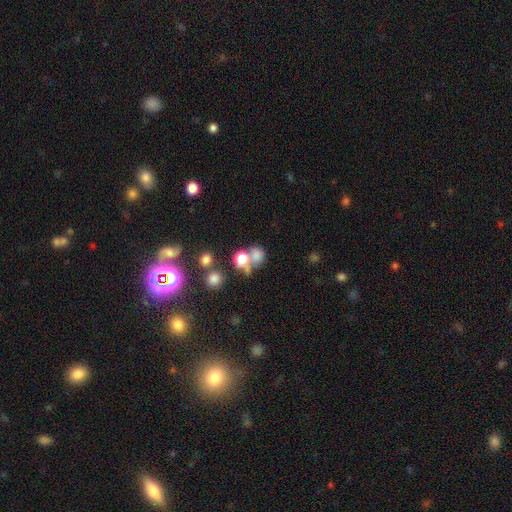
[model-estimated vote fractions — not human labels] This appears to be a smooth galaxy with no disk features (69%) that is round (69%). Merging: merger (42%).